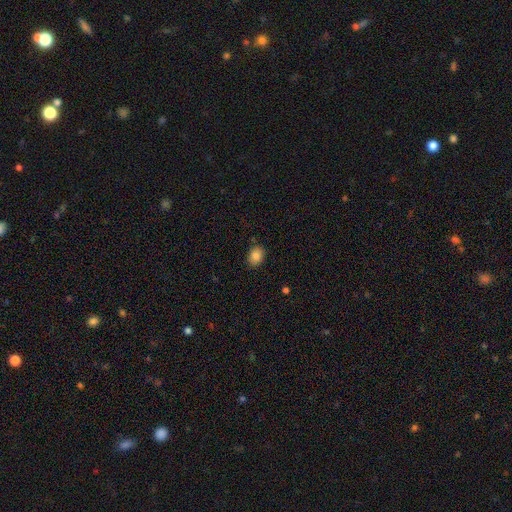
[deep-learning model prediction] Q: Smooth or featured?
A: smooth (84%); runner-up: star or artifact (9%)
Q: How rounded?
A: in between (57%); runner-up: round (43%)
Q: Merging?
A: none (85%); runner-up: minor disturbance (11%)